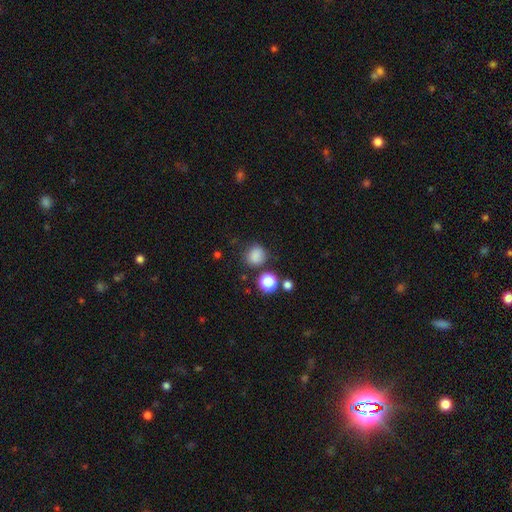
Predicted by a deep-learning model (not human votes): A smooth galaxy with no disk features (81%) that is round (76%).

Vote fractions:
- Smooth or featured? smooth: 81% / star or artifact: 14% / featured or disk: 5%
- How rounded? round: 76% / in between: 23% / cigar-shaped: 1%
- Merging? none: 75% / minor disturbance: 14% / merger: 6% / major disturbance: 5%